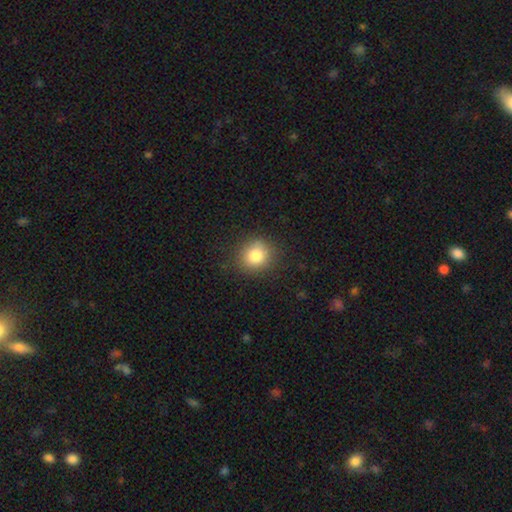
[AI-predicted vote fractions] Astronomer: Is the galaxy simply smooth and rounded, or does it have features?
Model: smooth — 83%.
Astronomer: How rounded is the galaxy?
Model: round — 83%.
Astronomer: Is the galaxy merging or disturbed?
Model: none — 86%.